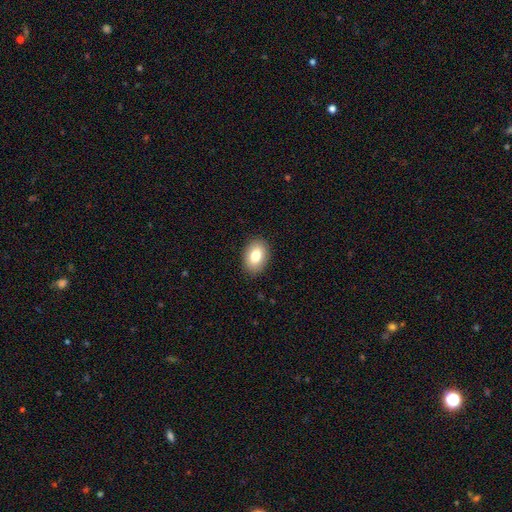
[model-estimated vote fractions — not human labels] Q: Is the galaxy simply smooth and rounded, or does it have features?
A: smooth — 80%.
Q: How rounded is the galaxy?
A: in between — 83%.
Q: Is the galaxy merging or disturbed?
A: none — 89%.